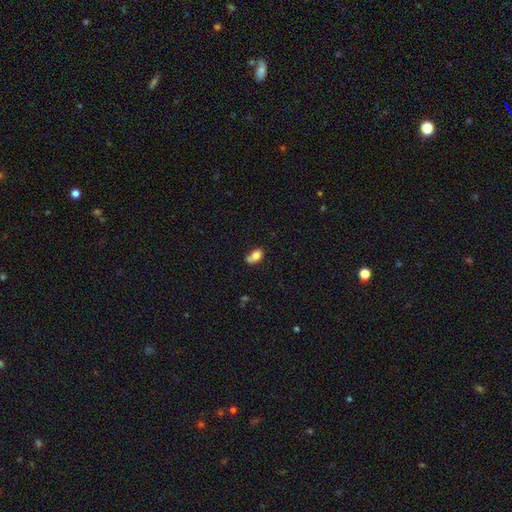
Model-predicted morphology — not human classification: Q: Smooth or featured?
A: smooth (78%); runner-up: featured or disk (13%)
Q: How rounded?
A: in between (76%); runner-up: round (22%)
Q: Merging?
A: none (36%); runner-up: merger (33%)